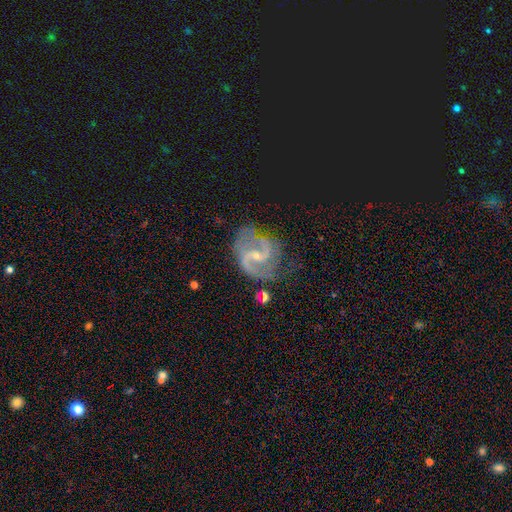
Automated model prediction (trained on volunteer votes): Morphology: type=featured or disk (91%); edge-on=no (98%); bar=weak (51%); spiral arms=yes (97%); winding=medium (58%); arm count=2 (91%); bulge=small (72%); merging=none (65%).